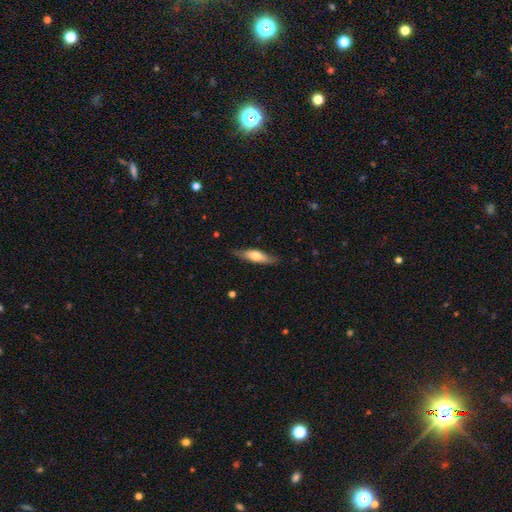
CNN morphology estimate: type=smooth (53%); roundness=cigar-shaped (61%); merging=none (79%).